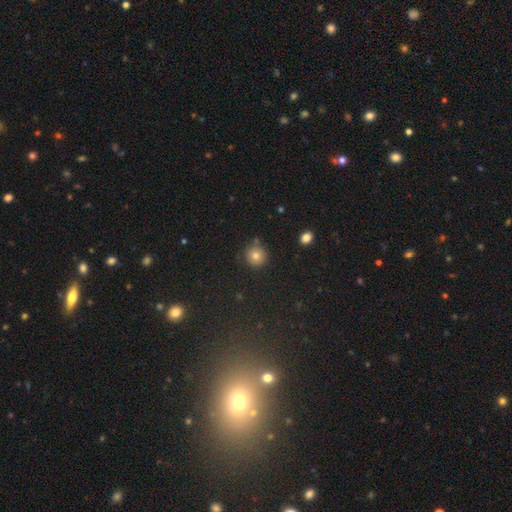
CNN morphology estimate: smooth-or-featured: smooth: 77% | star or artifact: 14% | featured or disk: 9%
  how-rounded: round: 93% | in between: 6% | cigar-shaped: 1%
  merging: none: 81% | minor disturbance: 11% | merger: 5% | major disturbance: 3%